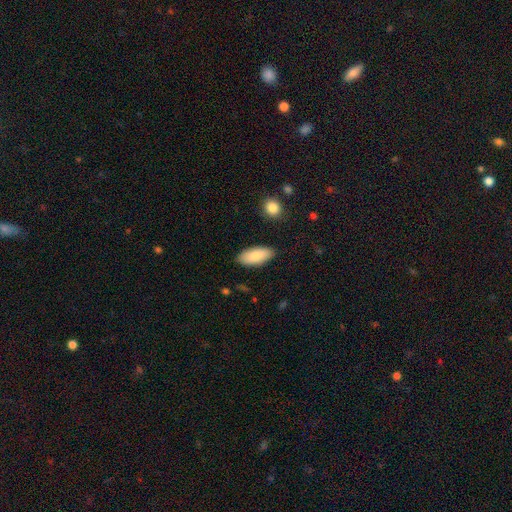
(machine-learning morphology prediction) Smooth or featured: smooth — 84% (featured or disk — 11%)
How rounded: in between — 87% (cigar-shaped — 11%)
Merging: none — 87% (minor disturbance — 10%)